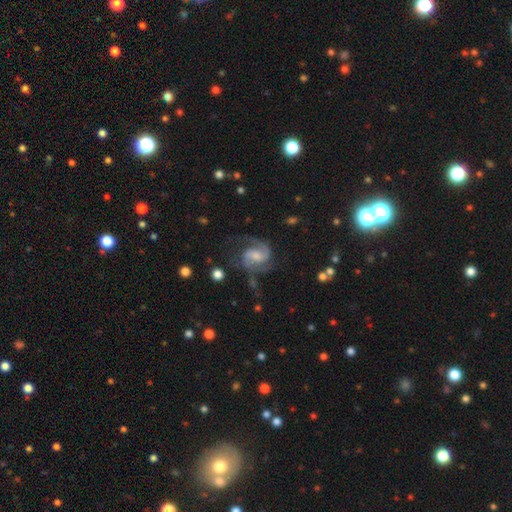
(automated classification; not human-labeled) featured or disk 89%, smooth 6%, star or artifact 5%. Down the decision tree: edge-on disk — no (98%); bar — weak (45%); spiral arms — yes (98%); spiral arm count — 2 (88%); spiral winding — medium (59%); bulge size — moderate (44%); merging — none (67%).